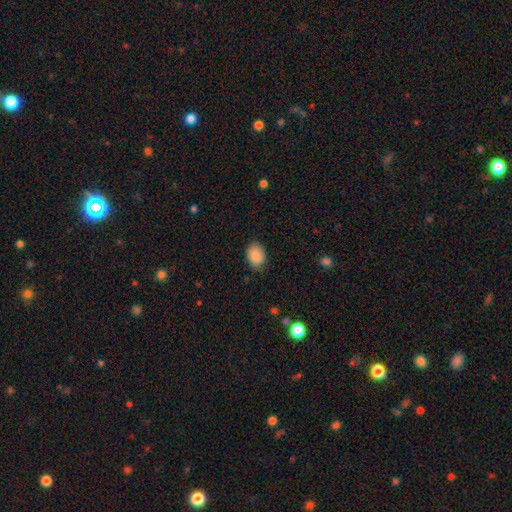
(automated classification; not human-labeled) A smooth galaxy with no disk features (87%) that is in between round and cigar-shaped (75%).

Vote fractions:
- Smooth or featured? smooth: 87% / star or artifact: 7% / featured or disk: 6%
- How rounded? in between: 75% / round: 24% / cigar-shaped: 1%
- Merging? none: 83% / minor disturbance: 13% / major disturbance: 3% / merger: 1%